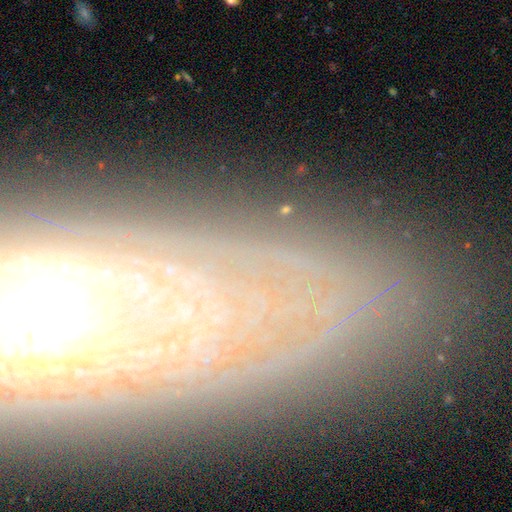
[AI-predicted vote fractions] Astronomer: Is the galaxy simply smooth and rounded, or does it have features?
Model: featured or disk — 59%.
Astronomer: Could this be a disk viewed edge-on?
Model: no — 65%.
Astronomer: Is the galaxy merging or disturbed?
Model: none — 82%.